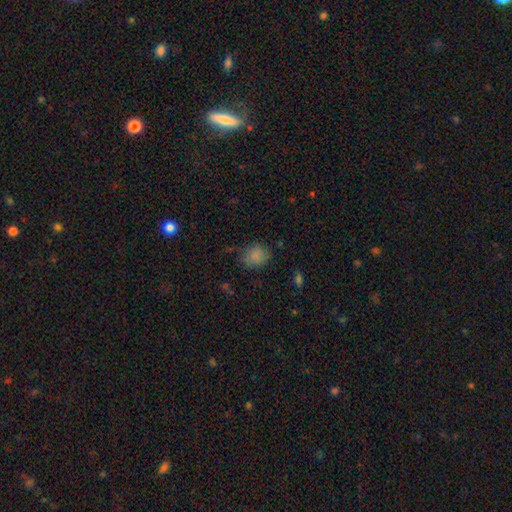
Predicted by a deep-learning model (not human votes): Overall: smooth (81%). How rounded: round (63%; in between 36%). Merging: none (69%).